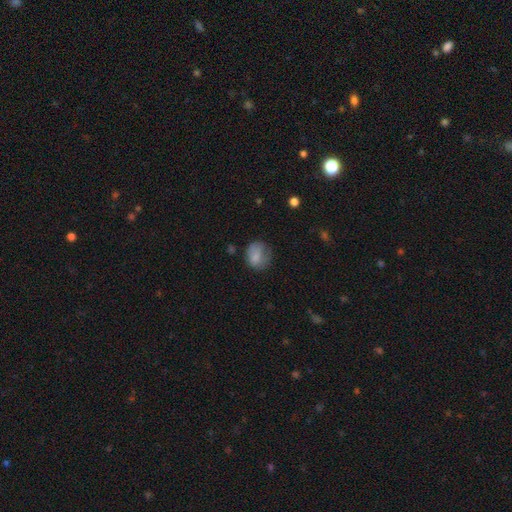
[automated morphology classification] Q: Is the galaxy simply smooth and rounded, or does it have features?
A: smooth — 76%.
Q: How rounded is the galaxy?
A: round — 58%.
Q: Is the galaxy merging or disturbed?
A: none — 47%.